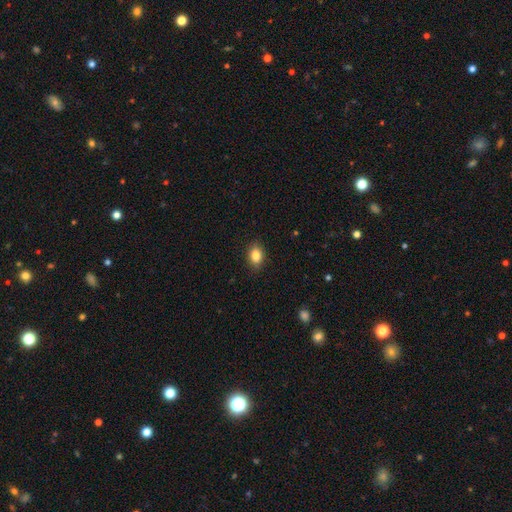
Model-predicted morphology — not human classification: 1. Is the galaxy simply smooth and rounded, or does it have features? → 86% smooth, 9% star or artifact, 6% featured or disk.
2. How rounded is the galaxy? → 77% in between, 22% round, 1% cigar-shaped.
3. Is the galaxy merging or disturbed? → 88% none, 9% minor disturbance, 2% major disturbance, 1% merger.